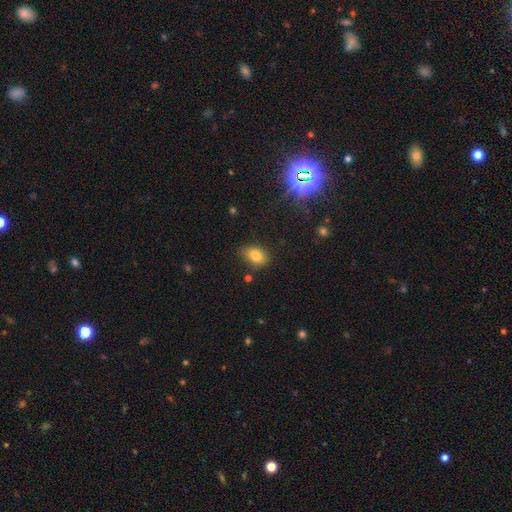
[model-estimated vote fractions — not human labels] A smooth galaxy with no disk features (79%) that is in between round and cigar-shaped (76%). Merging: none (71%).